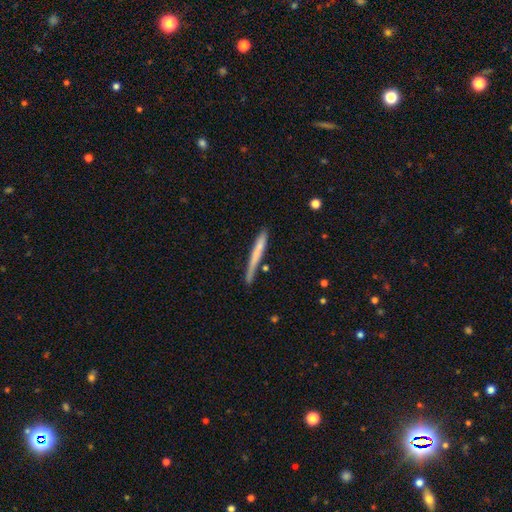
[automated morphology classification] The model was most divided on "smooth or featured": smooth: 58%, featured or disk: 35%, star or artifact: 6%. More confident: how rounded — cigar-shaped (96%); merging — none (78%).